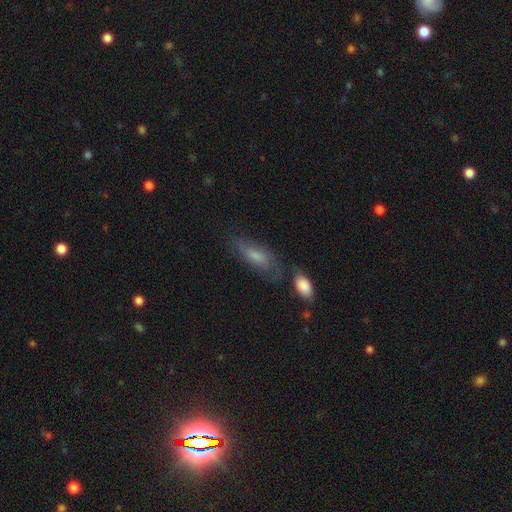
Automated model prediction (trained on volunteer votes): smooth_or_featured: smooth (p=0.52) [alt: featured or disk p=0.38]
how_rounded: in between (p=0.71) [alt: cigar-shaped p=0.26]
merging: none (p=0.58) [alt: minor disturbance p=0.23]